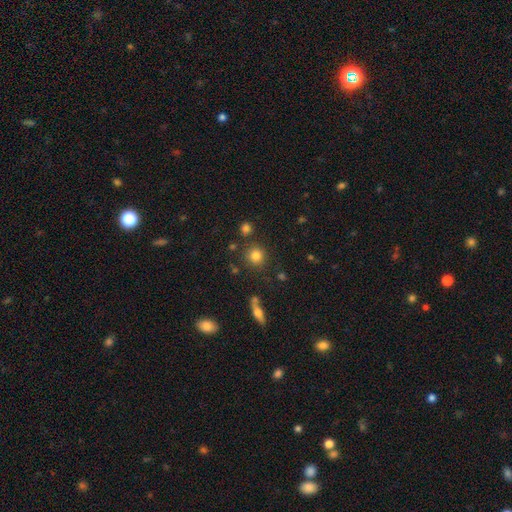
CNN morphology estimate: Smooth or featured? Predicted: smooth (p=0.81). How rounded? Predicted: round (p=0.90). Merging? Predicted: none (p=0.83).